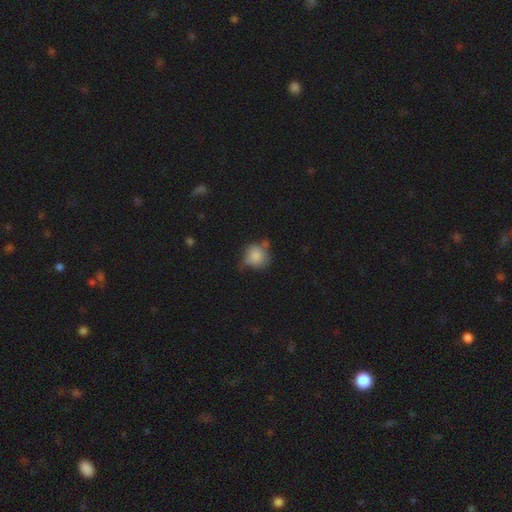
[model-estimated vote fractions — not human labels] Smooth or featured? smooth (82%)
How rounded? round (81%)
Merging? none (47%)